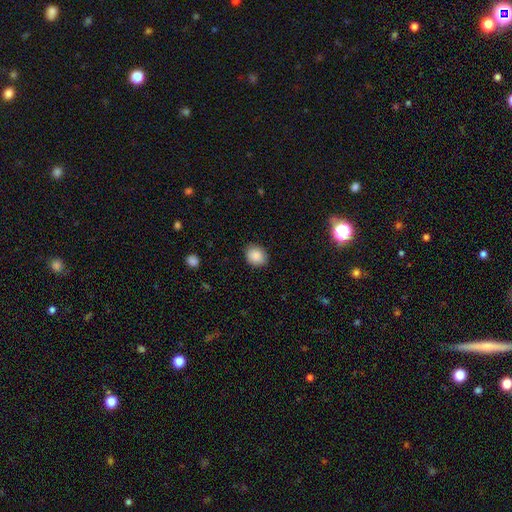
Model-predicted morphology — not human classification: The model was most divided on "how rounded": round: 55%, in between: 44%, cigar-shaped: 1%. More confident: smooth or featured — smooth (88%); merging — none (87%).